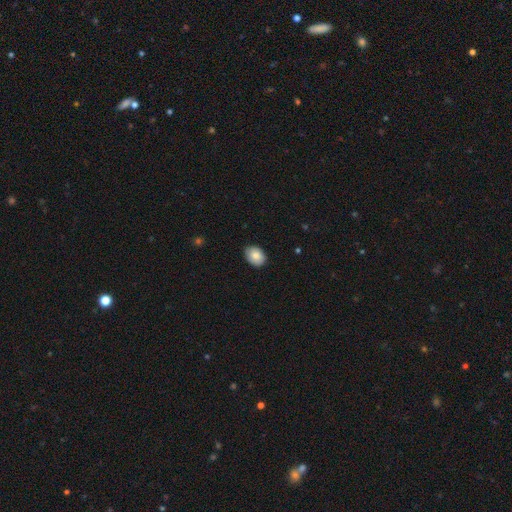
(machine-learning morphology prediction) A smooth galaxy with no disk features (83%) that is in between round and cigar-shaped (68%). Merging: none (84%).